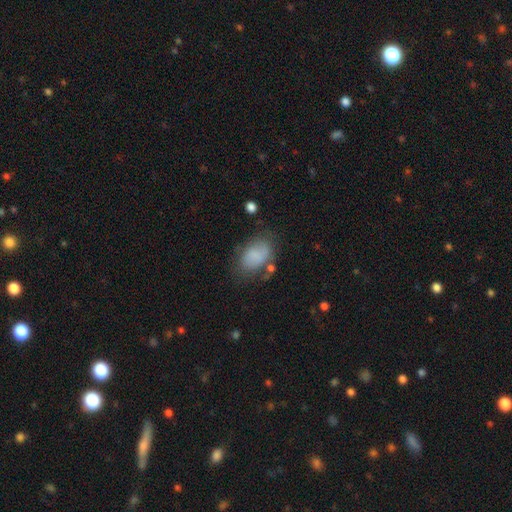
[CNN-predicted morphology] Smooth or featured: smooth — 75% (featured or disk — 17%)
How rounded: in between — 85% (round — 13%)
Merging: none — 57% (minor disturbance — 25%)